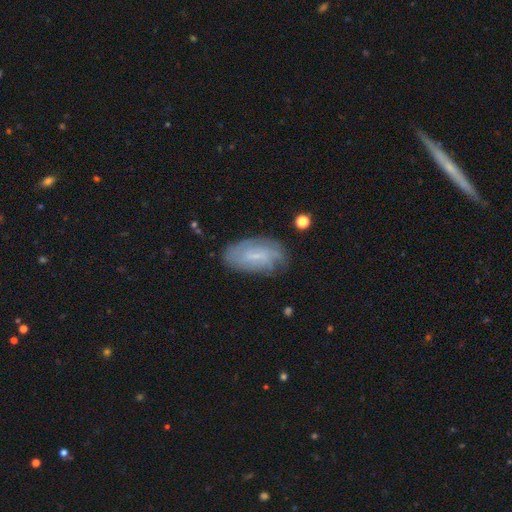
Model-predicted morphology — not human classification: Smooth or featured? Predicted: featured or disk (p=0.56). Edge-on disk? Predicted: no (p=0.93). Bar? Predicted: weak (p=0.47). Spiral arms? Predicted: yes (p=0.78). Bulge size? Predicted: small (p=0.67). Merging? Predicted: none (p=0.70).